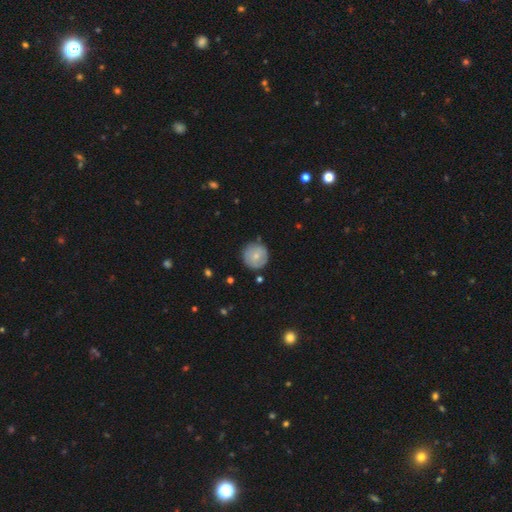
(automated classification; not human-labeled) Smooth or featured?
  - smooth: 58% *
  - featured or disk: 34%
  - star or artifact: 7%
How rounded?
  - round: 94% *
  - in between: 5%
  - cigar-shaped: 1%
Merging?
  - none: 82% *
  - minor disturbance: 13%
  - major disturbance: 3%
  - merger: 2%